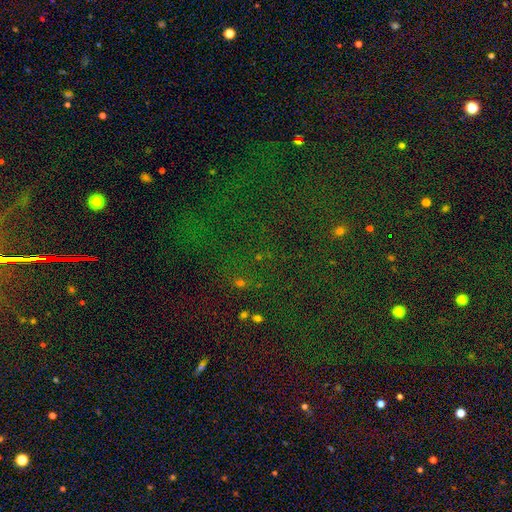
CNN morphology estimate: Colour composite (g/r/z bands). It shows a star or artifact, not a galaxy (78%).